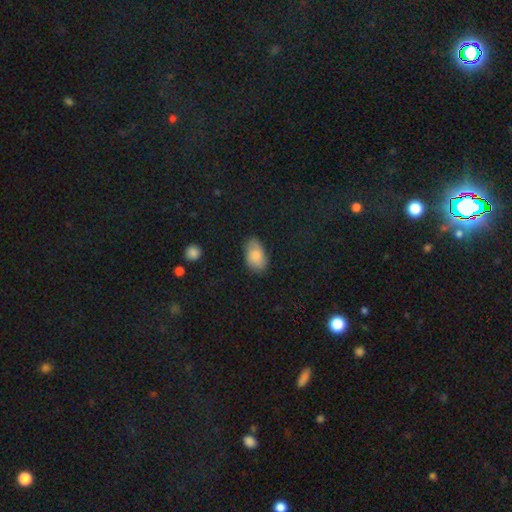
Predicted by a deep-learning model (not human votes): Morphology: type=smooth (76%); roundness=in between (91%); merging=none (71%).